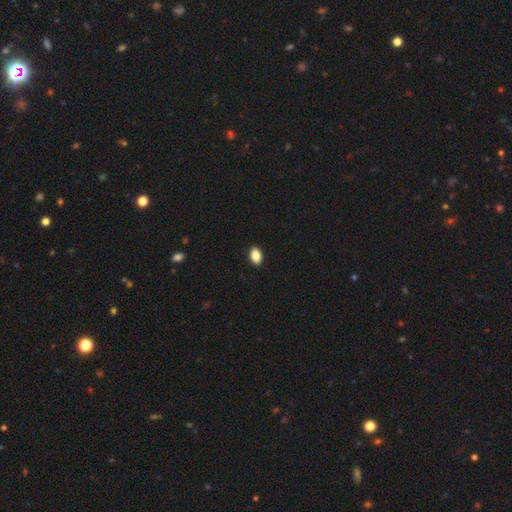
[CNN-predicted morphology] This is clearly a smooth galaxy (87%). How rounded: clearly in between (85%). Merging: clearly none (91%).